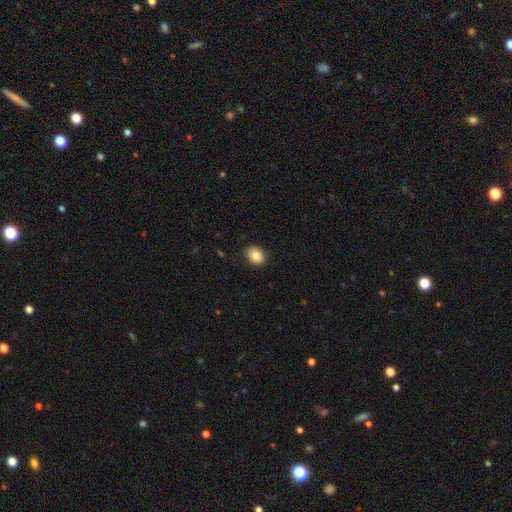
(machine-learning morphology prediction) Smooth or featured?
  - smooth: 84% *
  - star or artifact: 9%
  - featured or disk: 7%
How rounded?
  - in between: 58% *
  - round: 41%
  - cigar-shaped: 1%
Merging?
  - none: 87% *
  - minor disturbance: 10%
  - major disturbance: 2%
  - merger: 1%